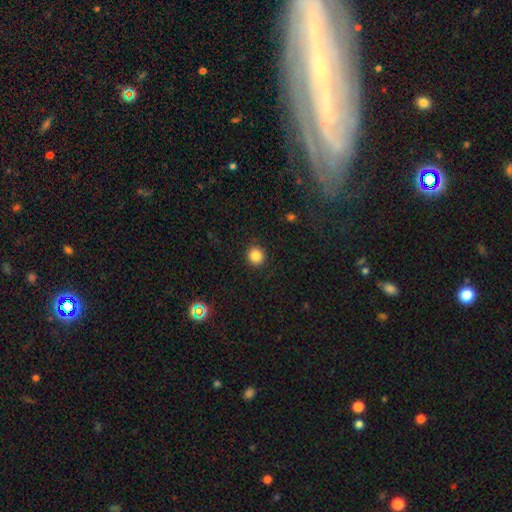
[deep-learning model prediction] A smooth galaxy with no disk features (85%) that is round (93%). Merging: none (91%).